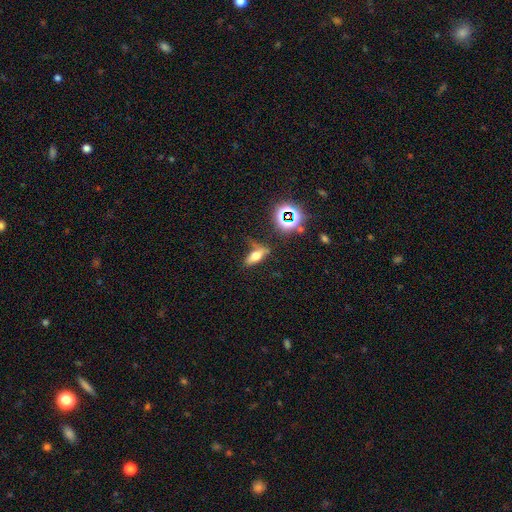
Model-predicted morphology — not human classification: smooth_or_featured: smooth (p=0.55) [alt: featured or disk p=0.27]
how_rounded: in between (p=0.65) [alt: cigar-shaped p=0.29]
merging: none (p=0.61) [alt: minor disturbance p=0.23]